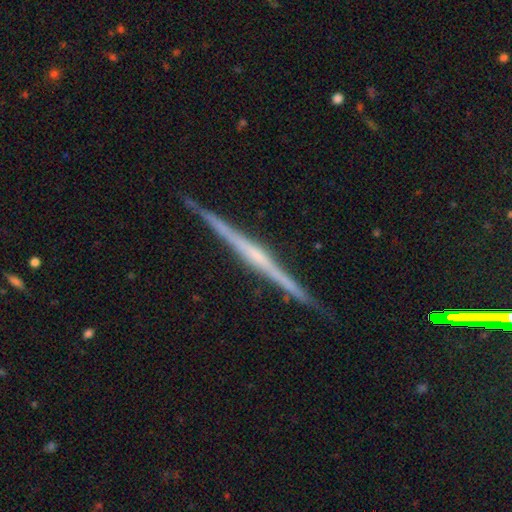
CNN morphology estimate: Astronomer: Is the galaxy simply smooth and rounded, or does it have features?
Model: featured or disk — 83%.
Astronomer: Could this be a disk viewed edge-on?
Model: yes — 99%.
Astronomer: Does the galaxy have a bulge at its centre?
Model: rounded — 49% (runner-up: none, 38%).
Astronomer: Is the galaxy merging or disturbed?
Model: none — 91%.